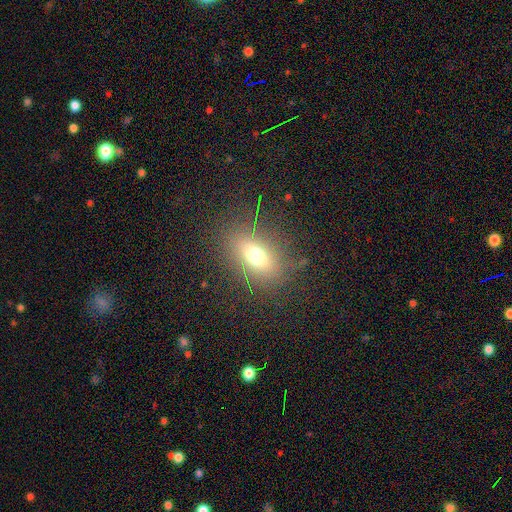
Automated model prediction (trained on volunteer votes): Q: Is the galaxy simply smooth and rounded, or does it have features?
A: smooth — 64%.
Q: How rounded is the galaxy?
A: in between — 73%.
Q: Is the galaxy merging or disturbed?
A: none — 79%.